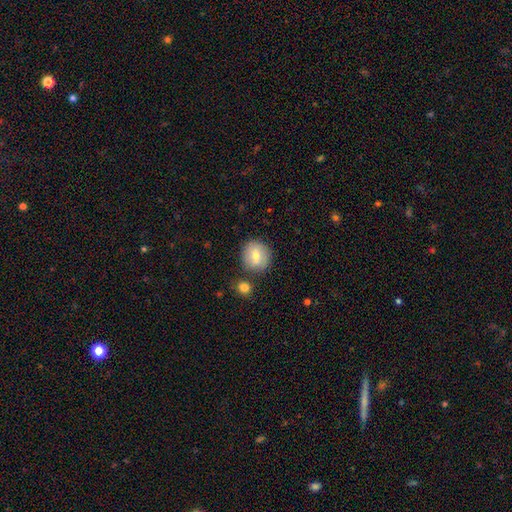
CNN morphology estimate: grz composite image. It shows a smooth galaxy with no disk features (73%) that is round (88%). Merging: none (77%).